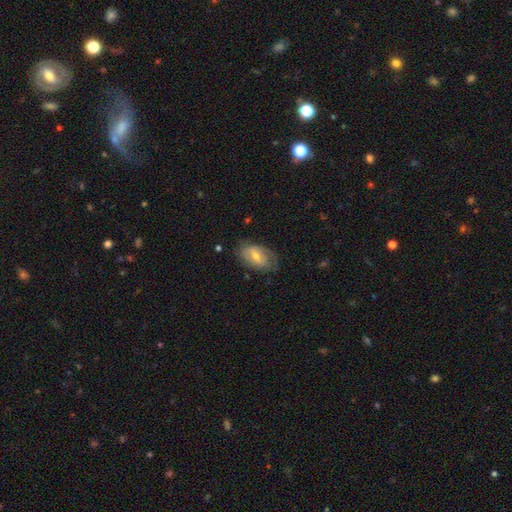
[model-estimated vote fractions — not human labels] Smooth or featured? featured or disk (57%)
Edge-on disk? no (93%)
Bar? weak (48%)
Spiral arms? yes (63%)
Bulge size? moderate (53%)
Merging? none (64%)